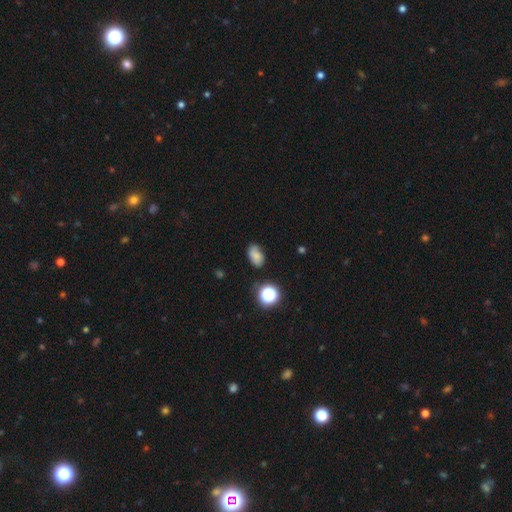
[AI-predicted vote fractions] This is likely a smooth galaxy (70%). How rounded: clearly in between (84%). Merging: likely none (67%).